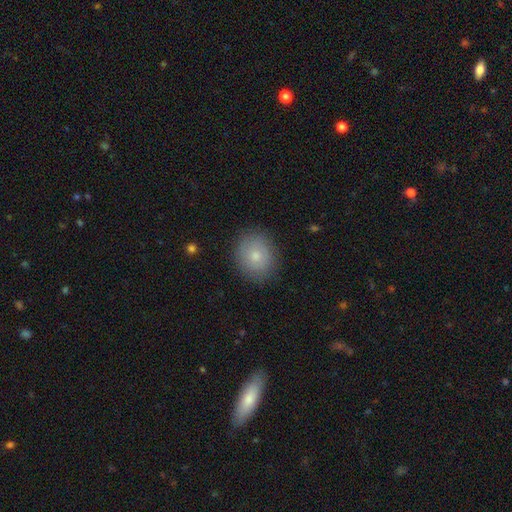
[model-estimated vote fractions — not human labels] smooth-or-featured: smooth: 75% | featured or disk: 16% | star or artifact: 9%
  how-rounded: round: 59% | in between: 40% | cigar-shaped: 1%
  merging: none: 85% | minor disturbance: 11% | major disturbance: 3% | merger: 1%